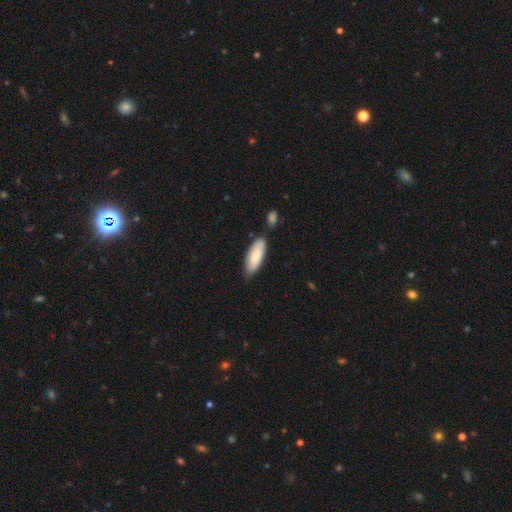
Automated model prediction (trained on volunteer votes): Smooth or featured? smooth (80%)
How rounded? in between (70%)
Merging? none (70%)